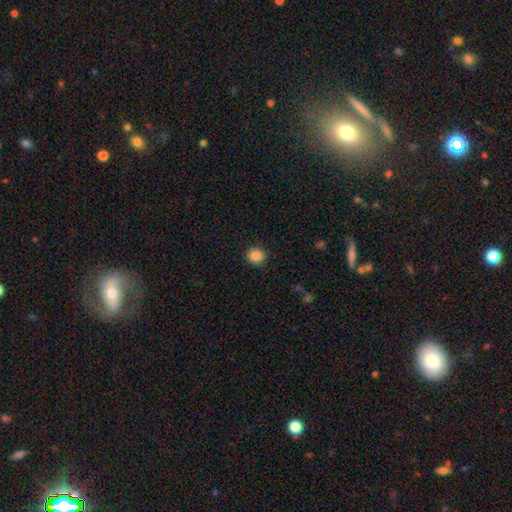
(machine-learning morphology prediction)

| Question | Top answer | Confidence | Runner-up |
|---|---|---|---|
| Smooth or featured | smooth | 88% | star or artifact (9%) |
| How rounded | round | 86% | in between (13%) |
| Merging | none | 90% | minor disturbance (6%) |